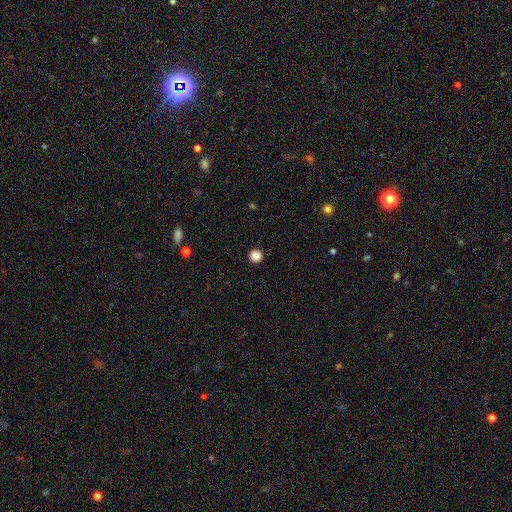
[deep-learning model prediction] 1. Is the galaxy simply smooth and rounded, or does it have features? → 87% smooth, 11% star or artifact, 3% featured or disk.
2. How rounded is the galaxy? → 96% round, 3% in between, 1% cigar-shaped.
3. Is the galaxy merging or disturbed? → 94% none, 4% minor disturbance, 1% major disturbance, 1% merger.